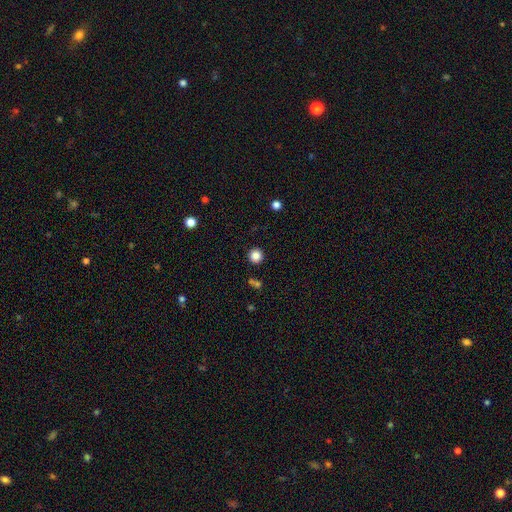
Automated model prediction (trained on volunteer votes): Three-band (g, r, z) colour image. It shows a smooth galaxy with no disk features (85%) that is round (95%). Merging: none (90%).